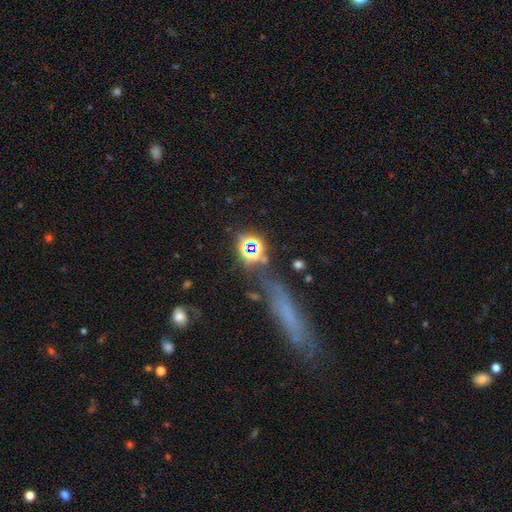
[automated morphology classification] A star or artifact, not a galaxy (66%).